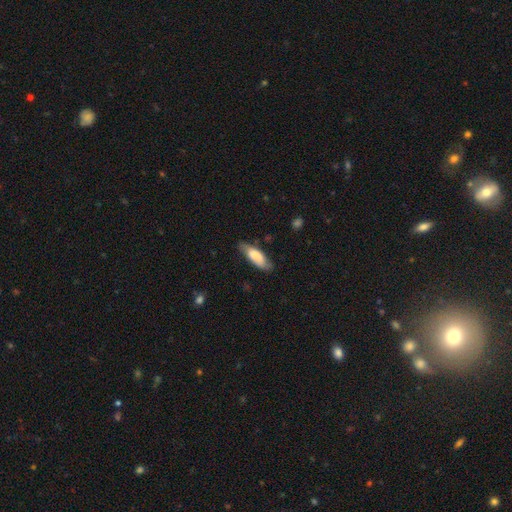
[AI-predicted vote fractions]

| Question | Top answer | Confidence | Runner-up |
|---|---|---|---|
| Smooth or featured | smooth | 70% | featured or disk (23%) |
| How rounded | in between | 63% | cigar-shaped (36%) |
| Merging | none | 71% | minor disturbance (23%) |